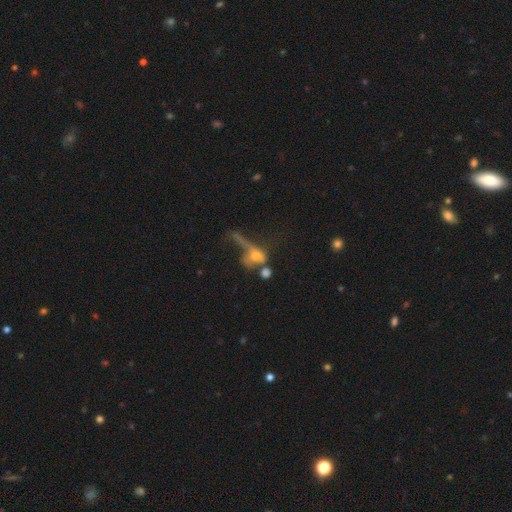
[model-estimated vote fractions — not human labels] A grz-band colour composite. It shows a smooth galaxy with no disk features (43%). Merging: major disturbance (39%).